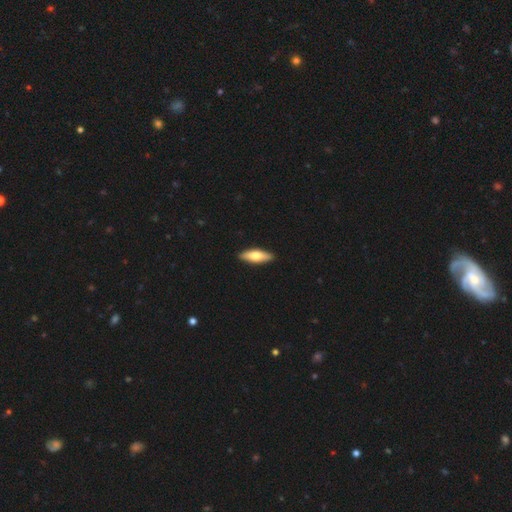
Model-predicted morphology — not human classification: This appears to be a smooth galaxy with no disk features (64%) that is in between round and cigar-shaped (51%). Merging: none (91%).